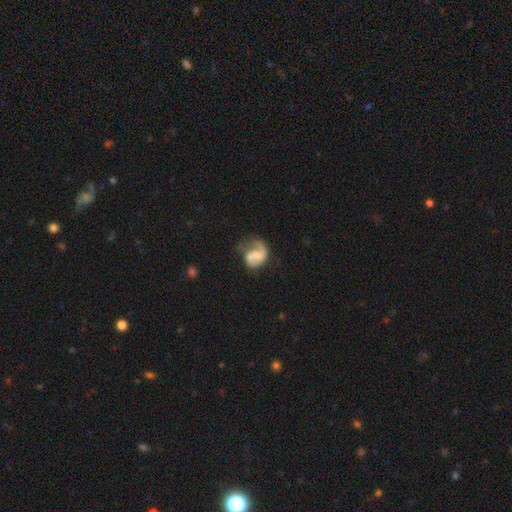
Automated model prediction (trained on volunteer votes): This appears to be a featured or disk galaxy (60%) with no bar (60%), spiral arms (73%) and a small central bulge (35%). Merging: major disturbance (33%).